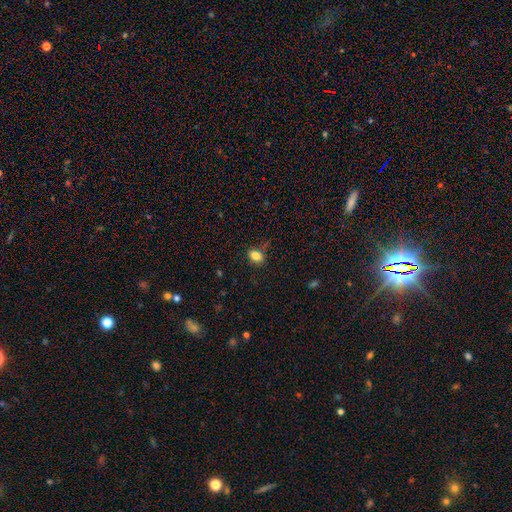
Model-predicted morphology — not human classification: Q: Smooth or featured?
A: smooth (83%); runner-up: star or artifact (11%)
Q: How rounded?
A: in between (74%); runner-up: round (24%)
Q: Merging?
A: none (76%); runner-up: minor disturbance (17%)